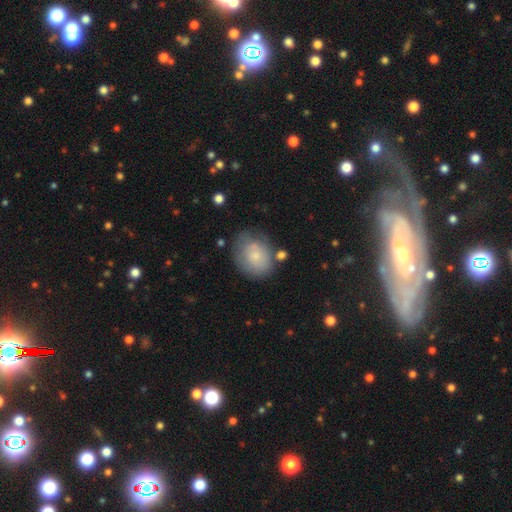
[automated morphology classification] Overall: smooth (71%). How rounded: in between (56%; round 43%). Merging: none (60%; minor disturbance 24%).